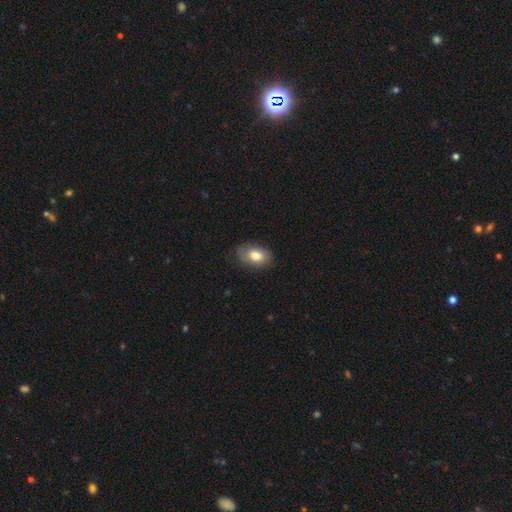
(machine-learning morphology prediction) This appears to be a smooth galaxy with no disk features (74%) that is in between round and cigar-shaped (82%). Merging: none (71%).